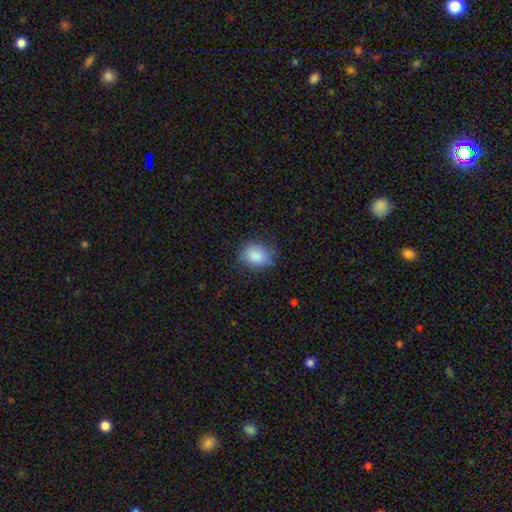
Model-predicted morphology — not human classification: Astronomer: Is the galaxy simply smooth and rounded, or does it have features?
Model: smooth — 87%.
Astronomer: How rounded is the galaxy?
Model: in between — 50% (runner-up: round, 49%).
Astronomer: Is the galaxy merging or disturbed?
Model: none — 78%.